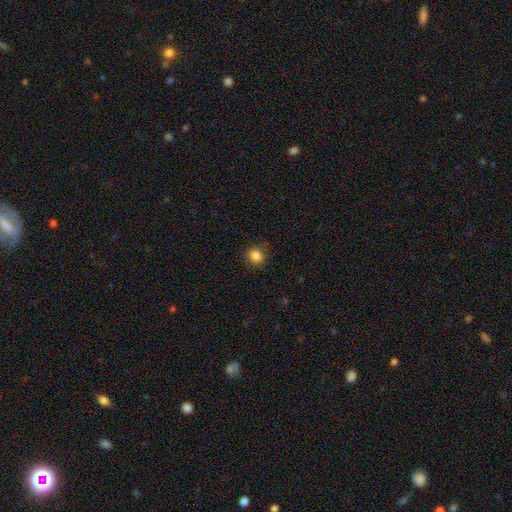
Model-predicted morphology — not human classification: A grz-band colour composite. It shows a smooth galaxy with no disk features (85%) that is round (81%). Merging: none (86%).